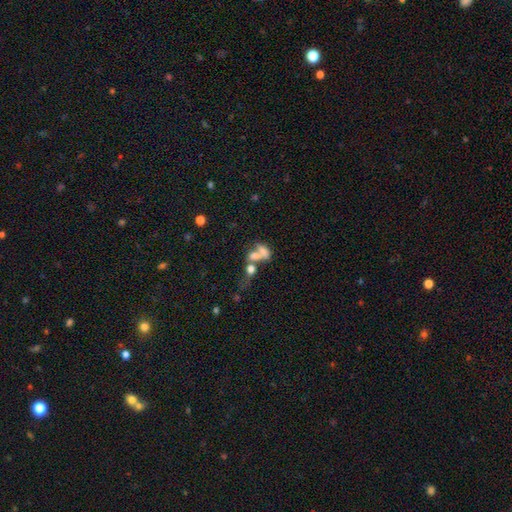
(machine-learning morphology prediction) The model was most divided on "smooth or featured": smooth: 60%, featured or disk: 26%, star or artifact: 14%. More confident: how rounded — in between (75%); merging — merger (65%).